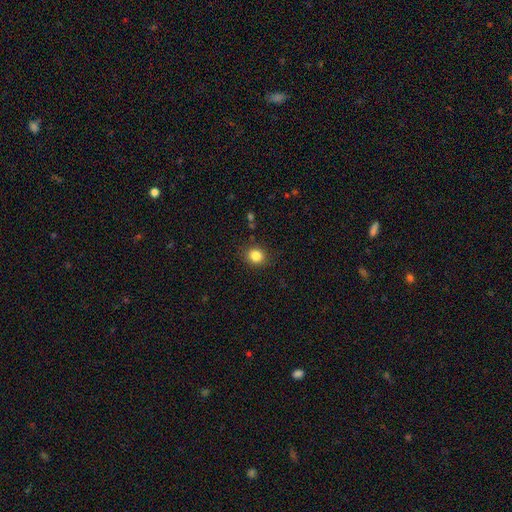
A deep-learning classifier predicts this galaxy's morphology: Overall: smooth (83%). How rounded: round (74%). Merging: none (88%).